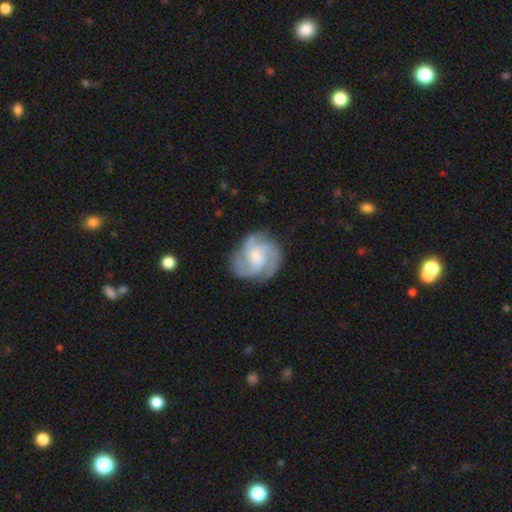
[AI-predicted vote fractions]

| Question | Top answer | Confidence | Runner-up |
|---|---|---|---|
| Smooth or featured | featured or disk | 83% | smooth (12%) |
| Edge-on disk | no | 98% | yes (2%) |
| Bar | no | 61% | weak (33%) |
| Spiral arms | yes | 97% | no (3%) |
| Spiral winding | medium | 47% | tight (40%) |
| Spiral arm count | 3 | 52% | 4 (18%) |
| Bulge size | small | 50% | moderate (41%) |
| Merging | none | 76% | minor disturbance (16%) |